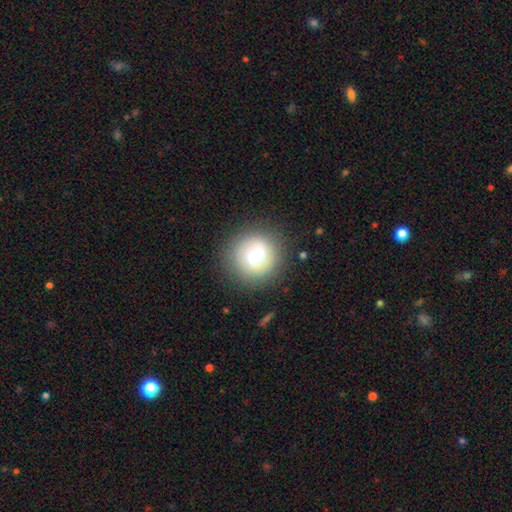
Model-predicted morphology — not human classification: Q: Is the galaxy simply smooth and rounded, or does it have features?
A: smooth — 51%.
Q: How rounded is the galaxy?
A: round — 88%.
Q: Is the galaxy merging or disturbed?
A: none — 82%.